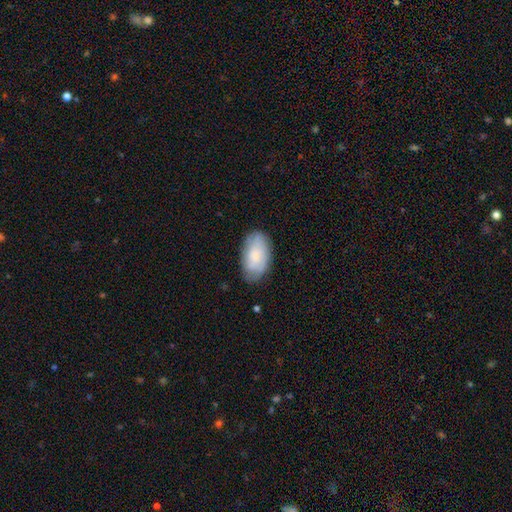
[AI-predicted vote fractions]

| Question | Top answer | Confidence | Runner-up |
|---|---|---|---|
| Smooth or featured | smooth | 60% | featured or disk (32%) |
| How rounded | in between | 94% | round (4%) |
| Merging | none | 73% | minor disturbance (21%) |